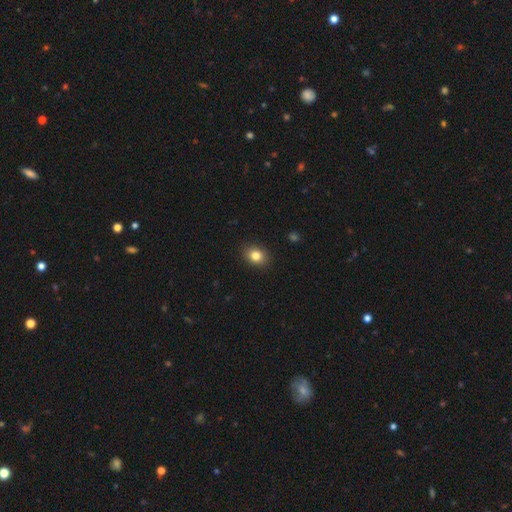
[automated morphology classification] Smooth or featured? Predicted: smooth (p=0.82). How rounded? Predicted: in between (p=0.53). Merging? Predicted: none (p=0.89).